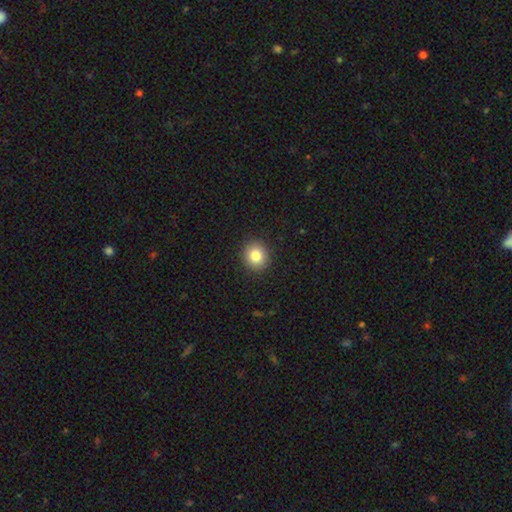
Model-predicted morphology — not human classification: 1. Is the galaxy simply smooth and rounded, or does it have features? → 83% smooth, 10% star or artifact, 7% featured or disk.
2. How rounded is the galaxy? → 83% round, 16% in between, 1% cigar-shaped.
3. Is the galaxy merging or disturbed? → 91% none, 6% minor disturbance, 2% major disturbance, 1% merger.